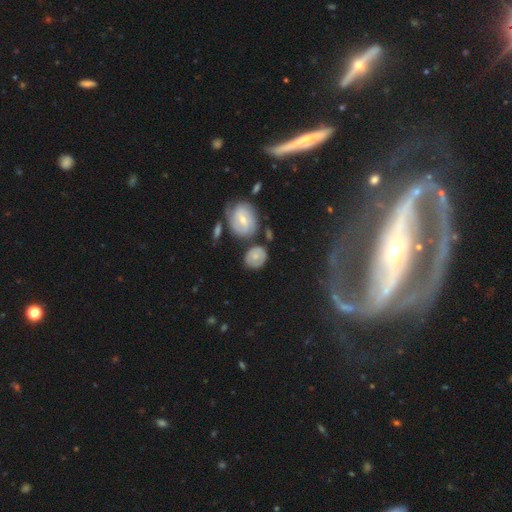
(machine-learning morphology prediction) A smooth galaxy with no disk features (60%) that is round (68%).

Vote fractions:
- Smooth or featured? smooth: 60% / featured or disk: 31% / star or artifact: 9%
- How rounded? round: 68% / in between: 31% / cigar-shaped: 1%
- Merging? none: 65% / minor disturbance: 17% / merger: 12% / major disturbance: 6%